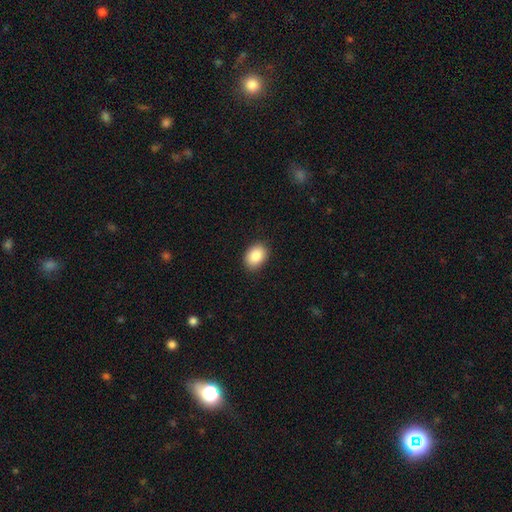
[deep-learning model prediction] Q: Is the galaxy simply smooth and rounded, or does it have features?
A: smooth — 86%.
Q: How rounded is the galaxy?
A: in between — 73%.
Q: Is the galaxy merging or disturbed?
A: none — 88%.